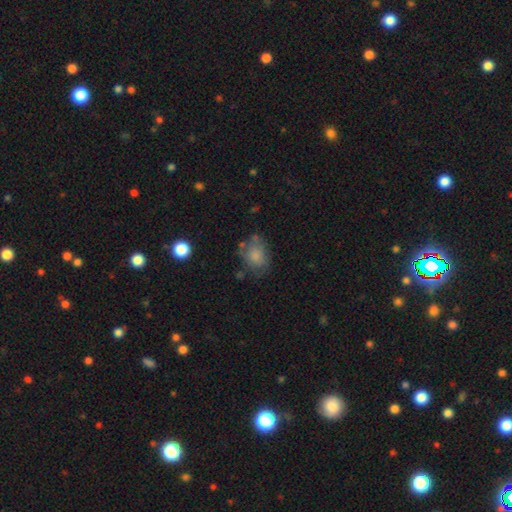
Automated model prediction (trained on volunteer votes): Smooth or featured? smooth (72%)
How rounded? in between (66%)
Merging? none (53%)